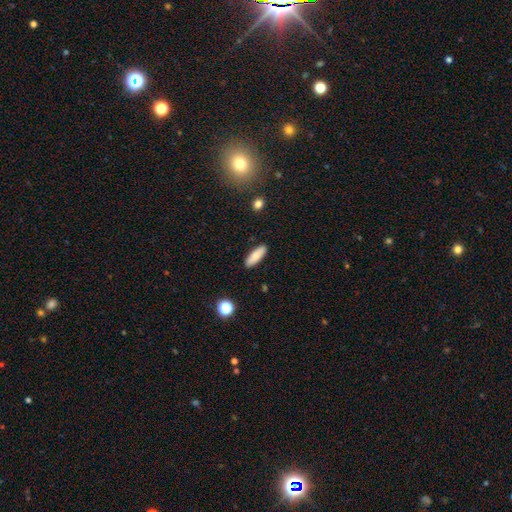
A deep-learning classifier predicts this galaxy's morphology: Q: Smooth or featured?
A: smooth (83%); runner-up: featured or disk (11%)
Q: How rounded?
A: in between (57%); runner-up: cigar-shaped (41%)
Q: Merging?
A: none (89%); runner-up: minor disturbance (8%)